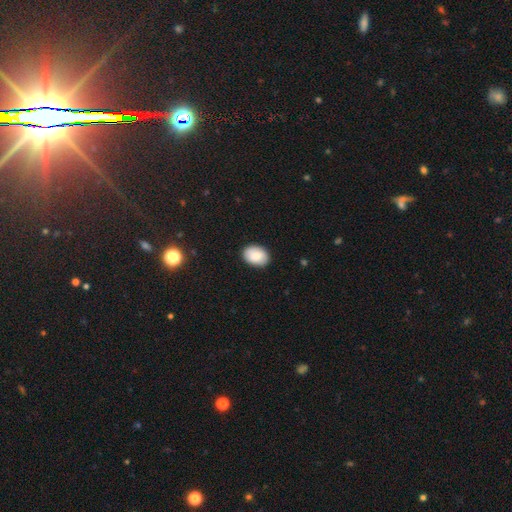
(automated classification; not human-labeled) Smooth or featured? Predicted: smooth (p=0.84). How rounded? Predicted: in between (p=0.78). Merging? Predicted: none (p=0.87).